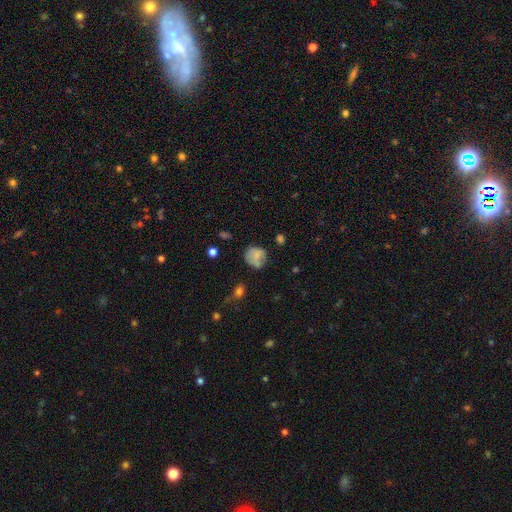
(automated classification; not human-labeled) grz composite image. It shows a smooth galaxy with no disk features (69%) that is round (75%). Merging: none (57%).